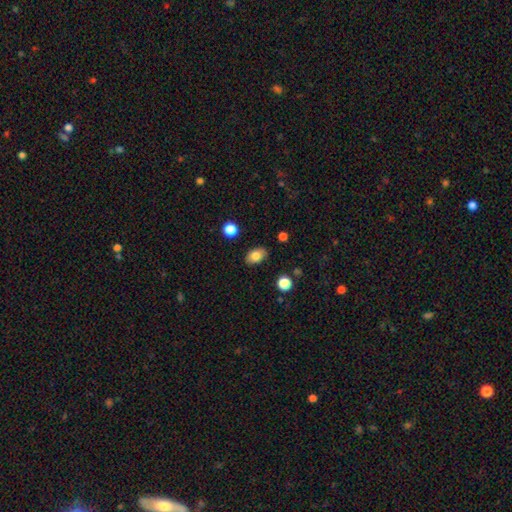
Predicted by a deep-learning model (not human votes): Smooth or featured? Predicted: smooth (p=0.82). How rounded? Predicted: in between (p=0.85). Merging? Predicted: none (p=0.85).